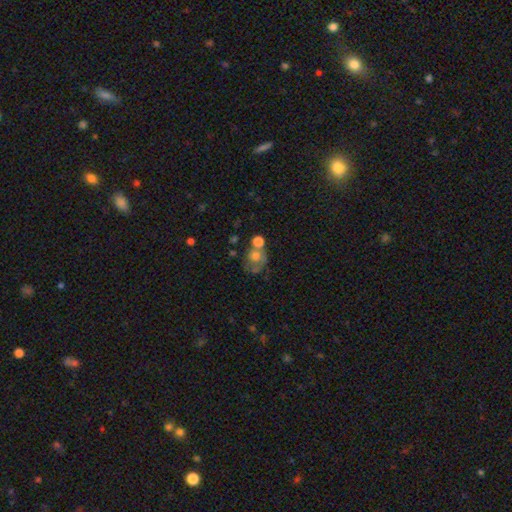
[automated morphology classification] Smooth or featured? smooth (58%)
How rounded? round (68%)
Merging? none (33%)